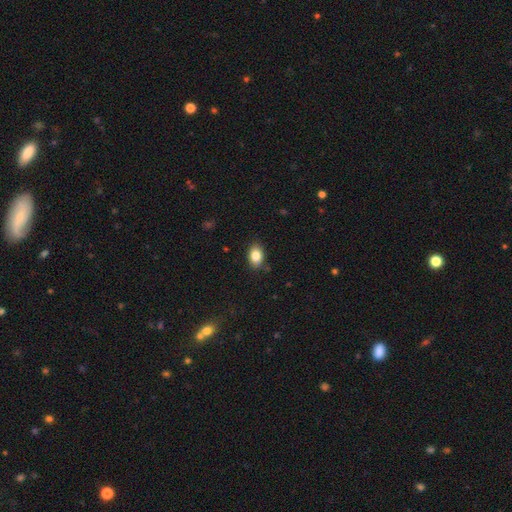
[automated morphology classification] smooth 84%, star or artifact 9%, featured or disk 8%. Down the decision tree: how rounded — in between (82%); merging — none (84%).